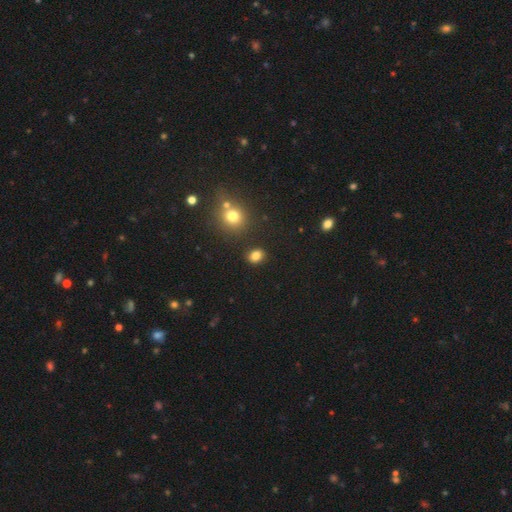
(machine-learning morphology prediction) Smooth or featured: smooth — 82% (star or artifact — 13%)
How rounded: round — 49% (tied with in between — 49%)
Merging: none — 84% (minor disturbance — 9%)